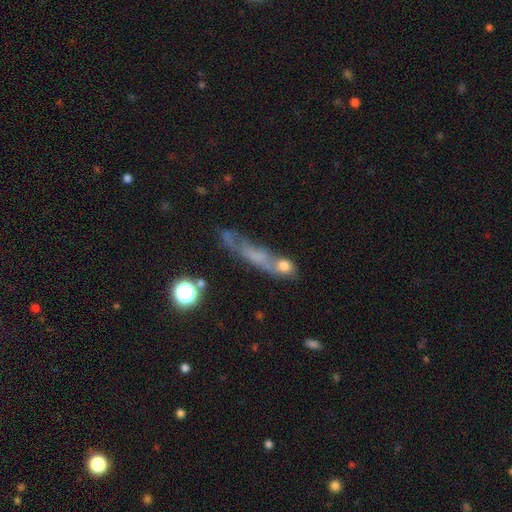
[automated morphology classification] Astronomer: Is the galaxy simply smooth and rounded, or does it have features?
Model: smooth — 44% (runner-up: featured or disk, 37%).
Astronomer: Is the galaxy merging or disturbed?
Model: none — 39% (runner-up: merger, 25%).